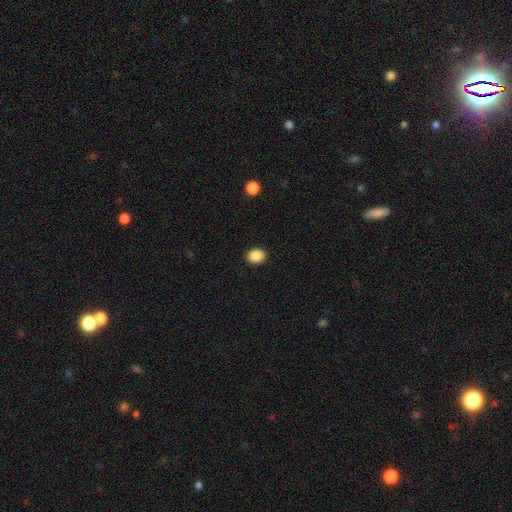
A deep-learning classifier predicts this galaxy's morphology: The model was most divided on "how rounded": in between: 56%, round: 43%, cigar-shaped: 1%. More confident: merging — none (90%); smooth or featured — smooth (88%).